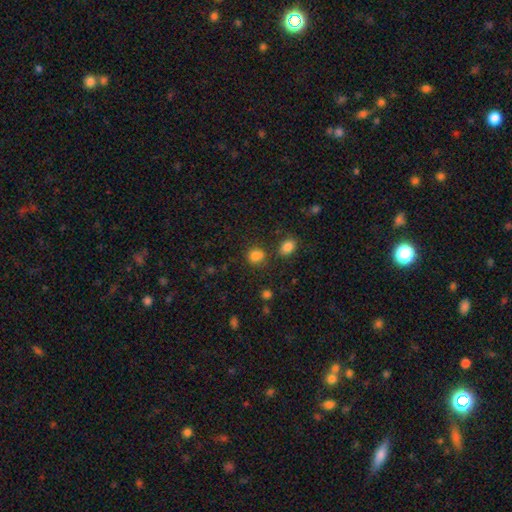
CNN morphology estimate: Overall: smooth (80%). How rounded: round (69%; in between 30%). Merging: none (62%).